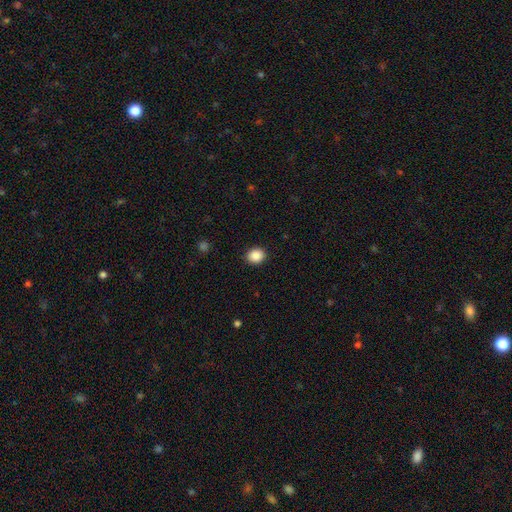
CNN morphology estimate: Smooth or featured: smooth — 88% (star or artifact — 9%)
How rounded: round — 67% (in between — 32%)
Merging: none — 91% (minor disturbance — 6%)